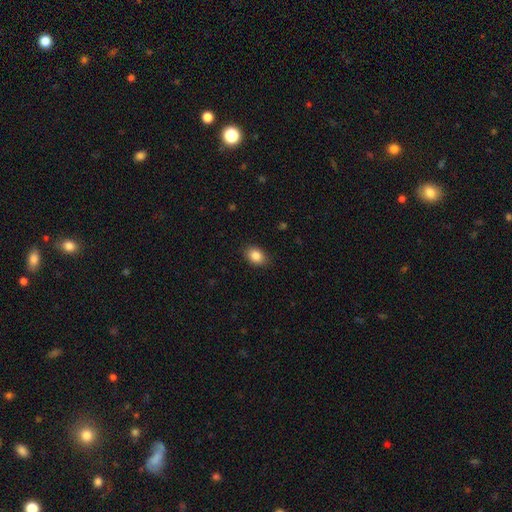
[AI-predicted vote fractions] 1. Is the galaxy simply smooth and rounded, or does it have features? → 86% smooth, 9% star or artifact, 6% featured or disk.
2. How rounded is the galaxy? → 72% in between, 27% round, 1% cigar-shaped.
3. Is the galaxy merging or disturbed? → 87% none, 10% minor disturbance, 2% major disturbance, 1% merger.